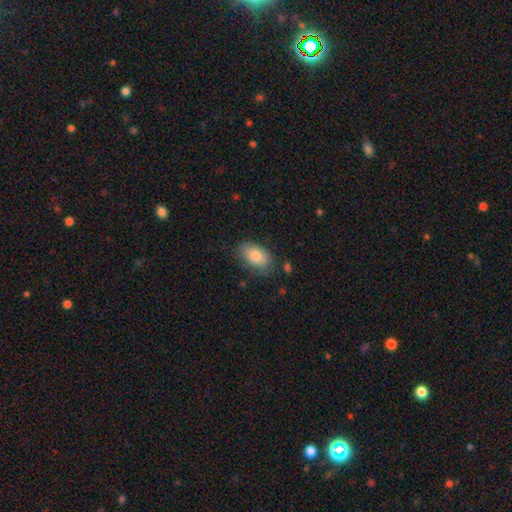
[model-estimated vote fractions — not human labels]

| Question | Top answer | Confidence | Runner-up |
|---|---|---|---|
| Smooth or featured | smooth | 84% | featured or disk (9%) |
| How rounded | in between | 92% | round (6%) |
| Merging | none | 75% | minor disturbance (18%) |